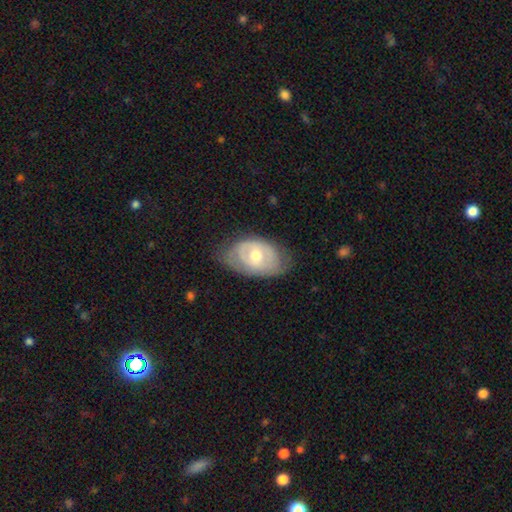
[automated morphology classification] smooth_or_featured: featured or disk (p=0.55) [alt: smooth p=0.39]
disk_edge_on: no (p=0.92) [alt: yes p=0.08]
bar: no (p=0.72) [alt: weak p=0.23]
has_spiral_arms: no (p=0.56) [alt: yes p=0.44]
bulge_size: moderate (p=0.72) [alt: small p=0.20]
merging: none (p=0.61) [alt: minor disturbance p=0.28]